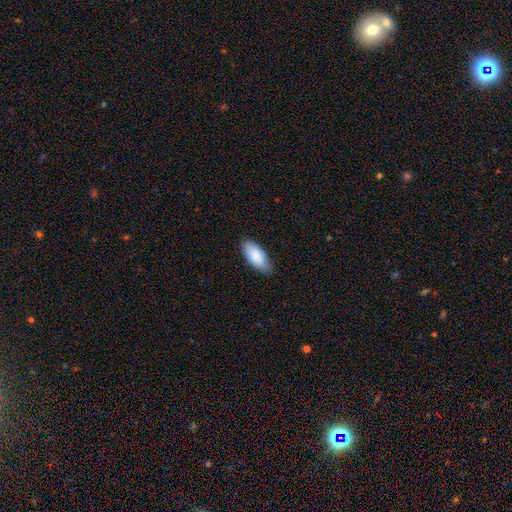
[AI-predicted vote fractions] Q: Smooth or featured?
A: smooth (88%); runner-up: featured or disk (7%)
Q: How rounded?
A: in between (87%); runner-up: cigar-shaped (11%)
Q: Merging?
A: none (81%); runner-up: minor disturbance (16%)